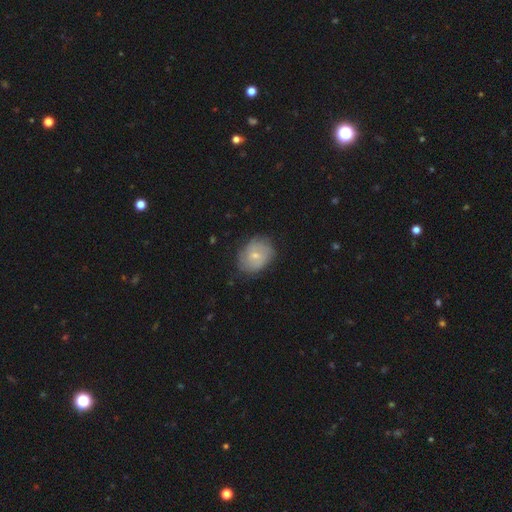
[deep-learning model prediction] This appears to be a smooth galaxy with no disk features (51%) that is in between round and cigar-shaped (53%). Merging: none (74%).